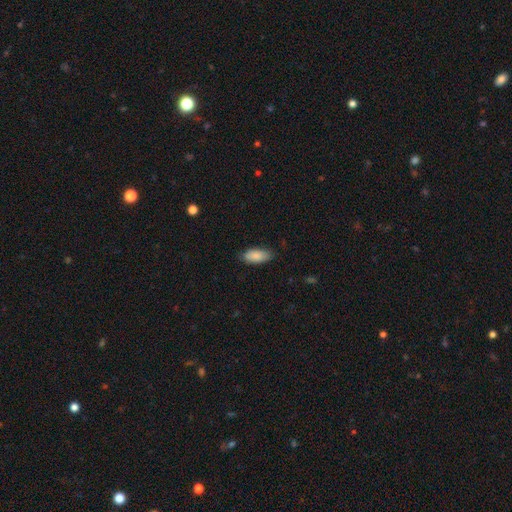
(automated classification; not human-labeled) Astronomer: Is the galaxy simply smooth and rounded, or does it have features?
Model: smooth — 87%.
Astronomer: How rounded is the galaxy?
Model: in between — 87%.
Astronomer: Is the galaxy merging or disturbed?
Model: none — 79%.